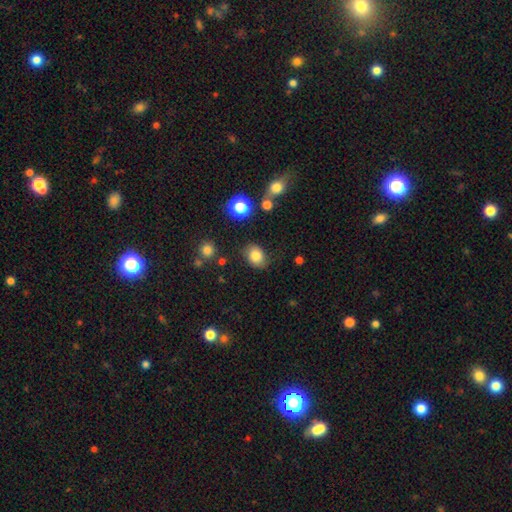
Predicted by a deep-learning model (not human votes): smooth-or-featured: smooth: 80% | star or artifact: 11% | featured or disk: 9%
  how-rounded: in between: 58% | round: 41% | cigar-shaped: 1%
  merging: none: 78% | minor disturbance: 15% | major disturbance: 4% | merger: 3%